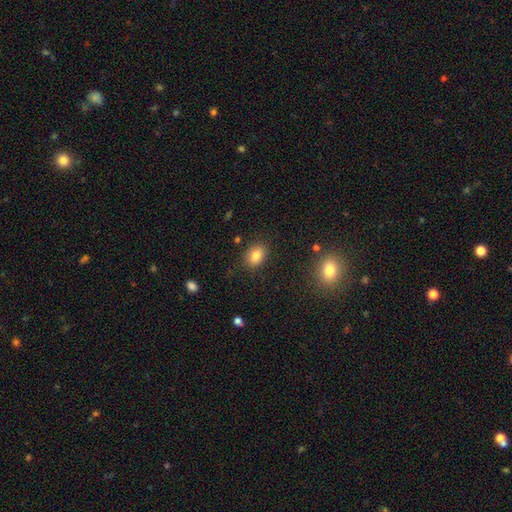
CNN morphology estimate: A smooth galaxy with no disk features (82%) that is in between round and cigar-shaped (74%). Merging: none (85%).